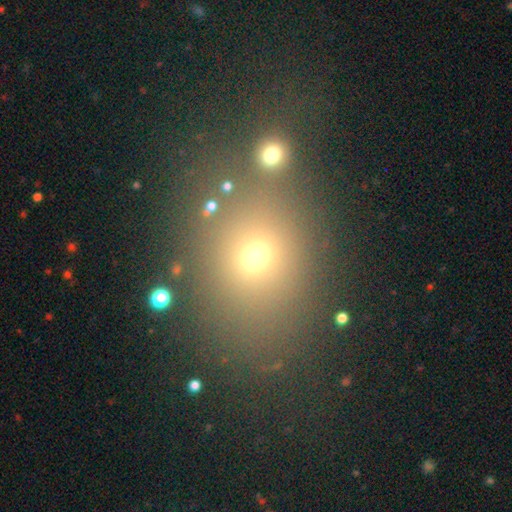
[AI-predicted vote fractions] Morphology: type=smooth (62%); roundness=in between (50%); merging=none (68%).